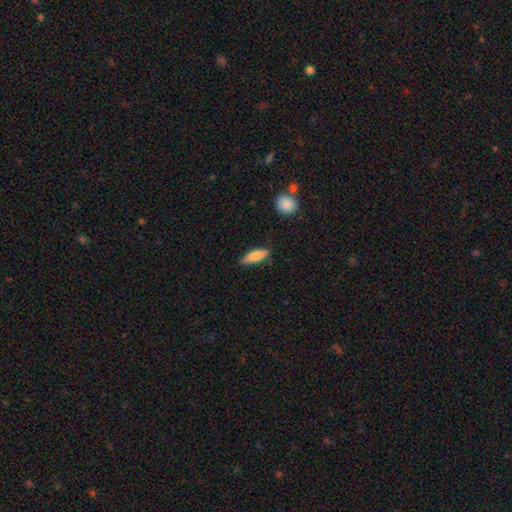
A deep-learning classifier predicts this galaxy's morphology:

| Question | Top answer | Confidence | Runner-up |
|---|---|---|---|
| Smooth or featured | smooth | 80% | featured or disk (13%) |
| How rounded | in between | 51% | cigar-shaped (46%) |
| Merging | none | 73% | minor disturbance (21%) |